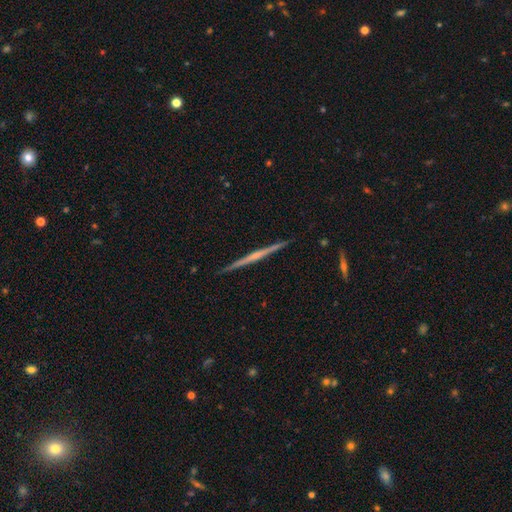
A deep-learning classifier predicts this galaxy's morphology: type=featured or disk (78%); edge-on=yes (99%); edge-on bulge=rounded (49%); merging=none (92%).